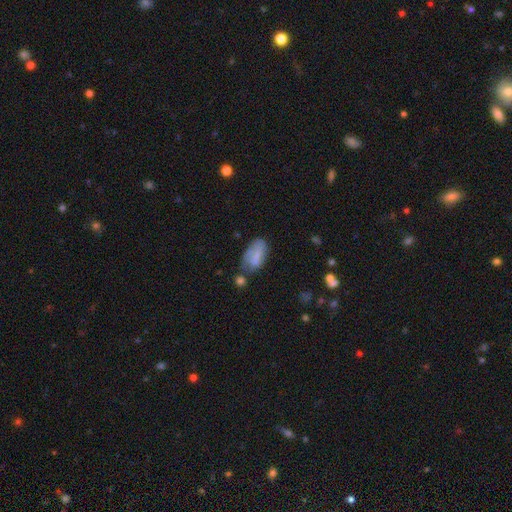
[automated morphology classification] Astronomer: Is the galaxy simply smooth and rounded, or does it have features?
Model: smooth — 65%.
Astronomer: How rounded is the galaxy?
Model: in between — 89%.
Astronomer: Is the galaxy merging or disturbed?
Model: none — 44% (runner-up: minor disturbance, 30%).